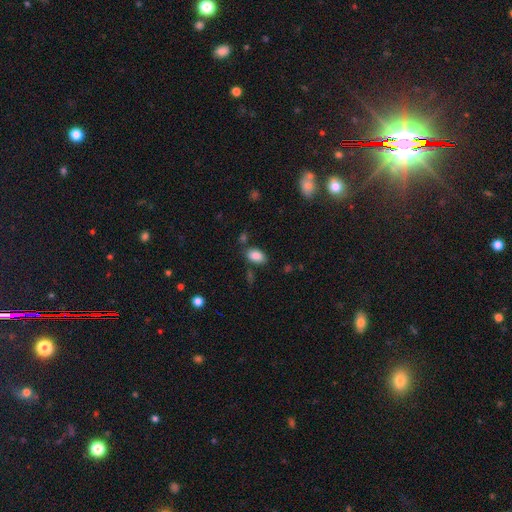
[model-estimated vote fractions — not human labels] smooth_or_featured: smooth (p=0.87) [alt: star or artifact p=0.08]
how_rounded: in between (p=0.90) [alt: round p=0.08]
merging: none (p=0.77) [alt: minor disturbance p=0.14]